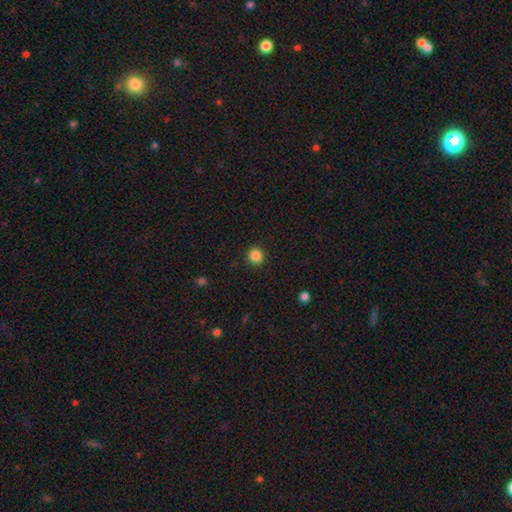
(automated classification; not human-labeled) Morphology: type=smooth (85%); roundness=round (92%); merging=none (92%).